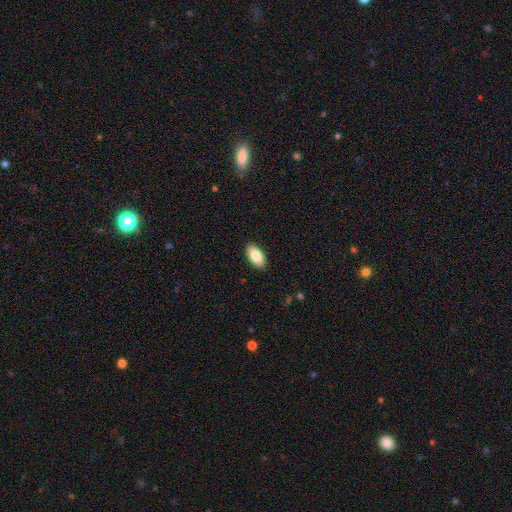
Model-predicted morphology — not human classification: This appears to be a smooth galaxy with no disk features (87%) that is in between round and cigar-shaped (95%). Merging: none (90%).